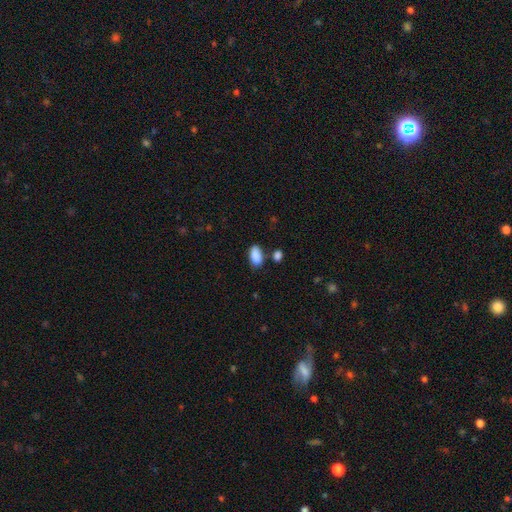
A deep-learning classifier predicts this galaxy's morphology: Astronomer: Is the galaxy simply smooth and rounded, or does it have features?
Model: smooth — 88%.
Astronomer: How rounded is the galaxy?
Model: in between — 92%.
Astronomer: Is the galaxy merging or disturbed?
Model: none — 73%.